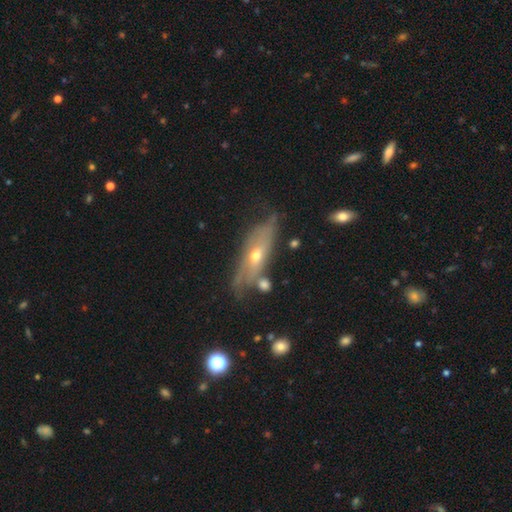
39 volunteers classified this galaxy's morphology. Volunteers were most divided on "bulge size" (2-way tie): moderate: 50%, small: 50%, dominant: 0%, large: 0%, none: 0%. Remaining: bar — no (93%); spiral arms — no (64%); smooth or featured — featured or disk (62%); edge-on disk — no (58%); merging — none (42%).